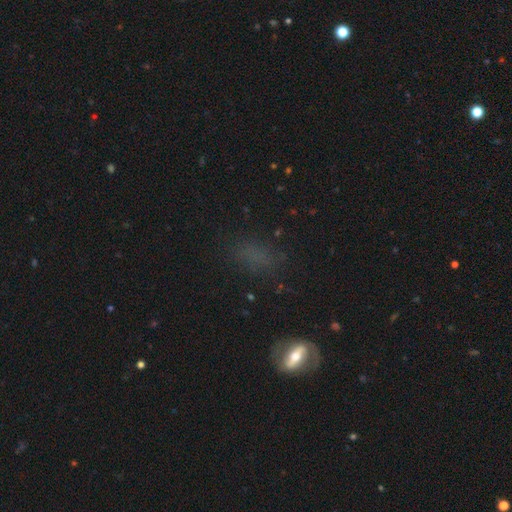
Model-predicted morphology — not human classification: Smooth or featured: smooth — 57% (star or artifact — 25%)
How rounded: in between — 74% (round — 14%)
Merging: none — 69% (minor disturbance — 17%)